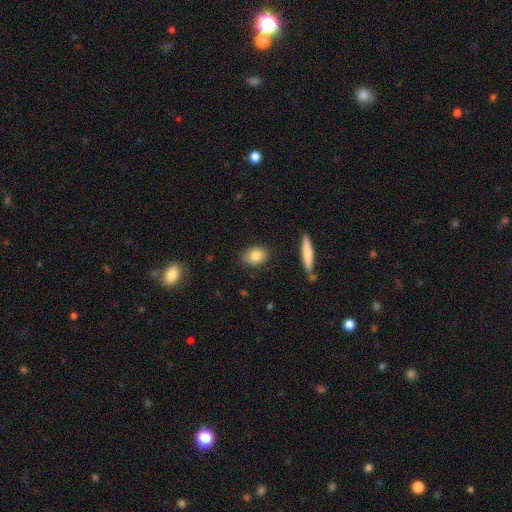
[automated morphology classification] A smooth galaxy with no disk features (82%) that is in between round and cigar-shaped (78%). Merging: none (85%).